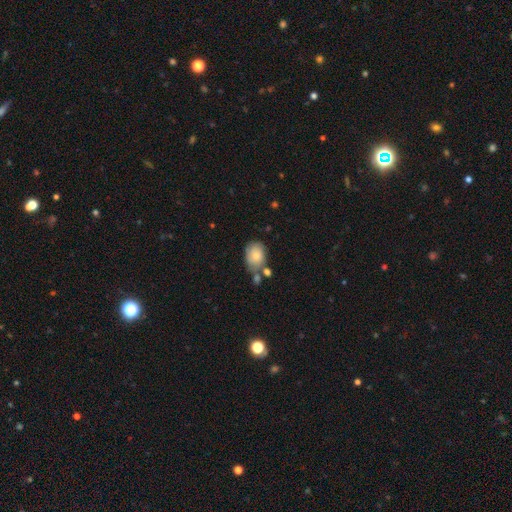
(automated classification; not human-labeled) The model was most divided on "merging": none: 53%, minor disturbance: 22%, merger: 18%, major disturbance: 7%. More confident: smooth or featured — smooth (76%); how rounded — in between (71%).